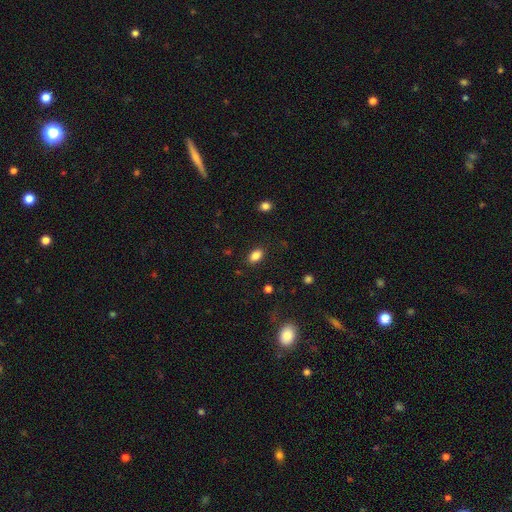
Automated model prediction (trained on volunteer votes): A smooth galaxy with no disk features (85%) that is in between round and cigar-shaped (86%). Merging: none (86%).